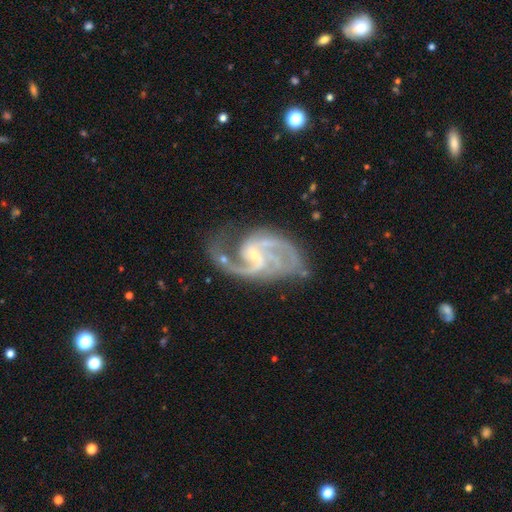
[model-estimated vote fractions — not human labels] smooth-or-featured: featured or disk: 93% | star or artifact: 5% | smooth: 3%
  disk-edge-on: no: 98% | yes: 2%
    bar: weak: 53% | no: 28% | strong: 19%
    has-spiral-arms: yes: 98% | no: 2%
      spiral-winding: medium: 56% | loose: 29% | tight: 14%
      spiral-arm-count: 2: 57% | 3: 21% | can't tell: 7% | 4: 6% | 1: 5% | more than 4: 5%
    bulge-size: small: 74% | moderate: 17% | none: 8% | large: 1% | dominant: 1%
  merging: none: 60% | minor disturbance: 19% | major disturbance: 18% | merger: 3%